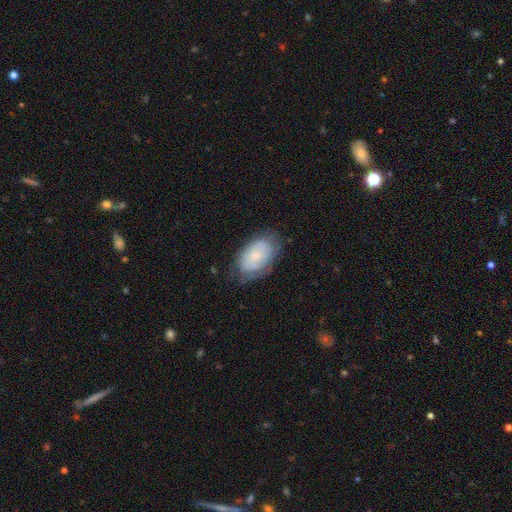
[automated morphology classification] Q: Smooth or featured?
A: smooth (61%); runner-up: featured or disk (32%)
Q: How rounded?
A: in between (92%); runner-up: round (7%)
Q: Merging?
A: none (66%); runner-up: minor disturbance (25%)